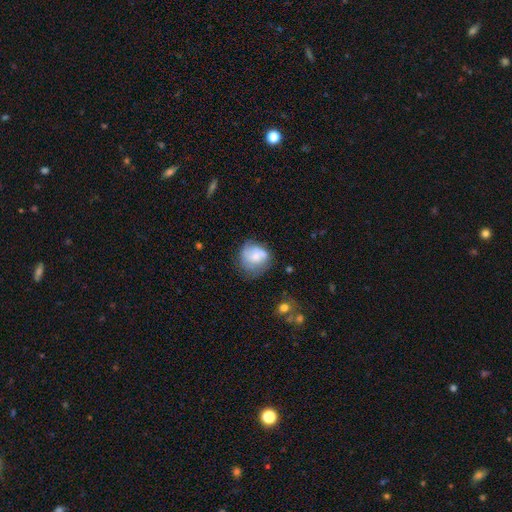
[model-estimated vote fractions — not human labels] Smooth or featured? smooth (51%)
How rounded? round (71%)
Merging? none (45%)